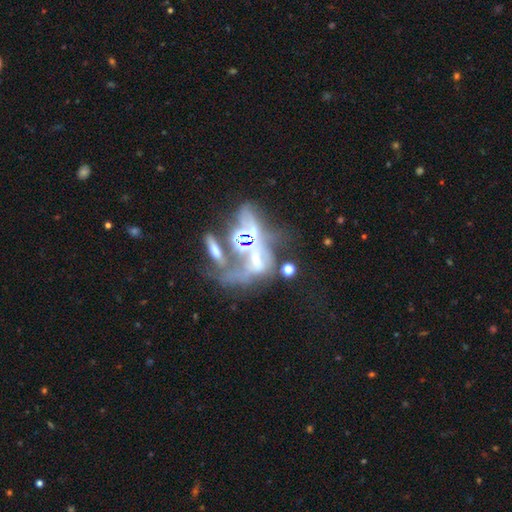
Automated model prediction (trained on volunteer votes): A featured or disk galaxy (48%). Merging: merger (49%).